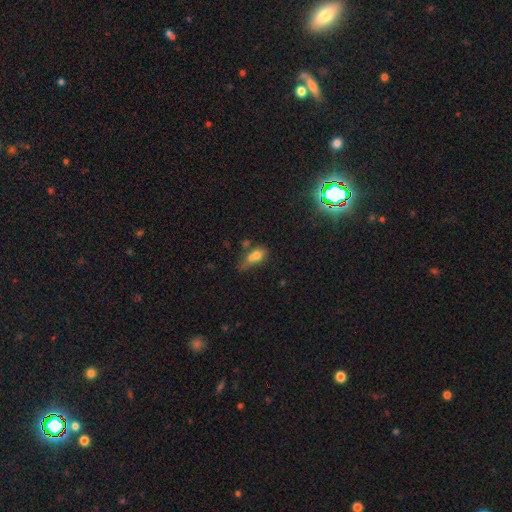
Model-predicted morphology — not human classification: Smooth or featured? smooth (67%)
How rounded? in between (64%)
Merging? merger (45%)